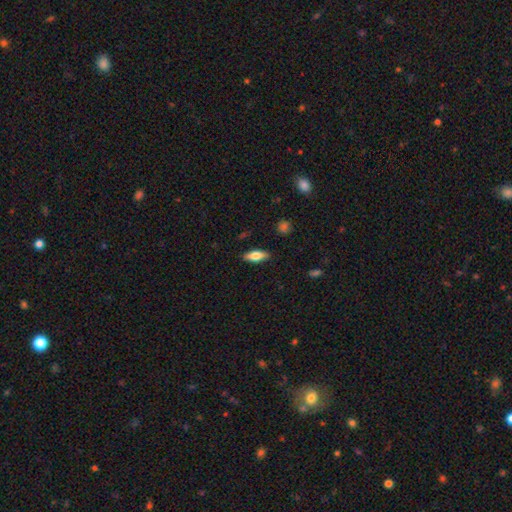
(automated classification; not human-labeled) The model was most divided on "smooth or featured": smooth: 68%, featured or disk: 25%, star or artifact: 7%. More confident: merging — none (87%); how rounded — in between (71%).